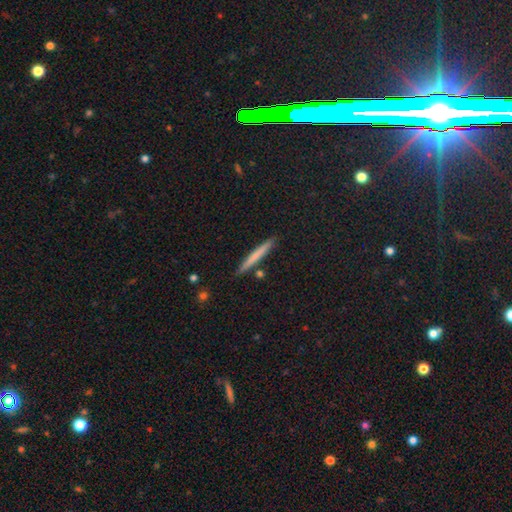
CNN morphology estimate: This is likely a smooth galaxy (65%). How rounded: clearly cigar-shaped (96%). Merging: clearly none (89%).